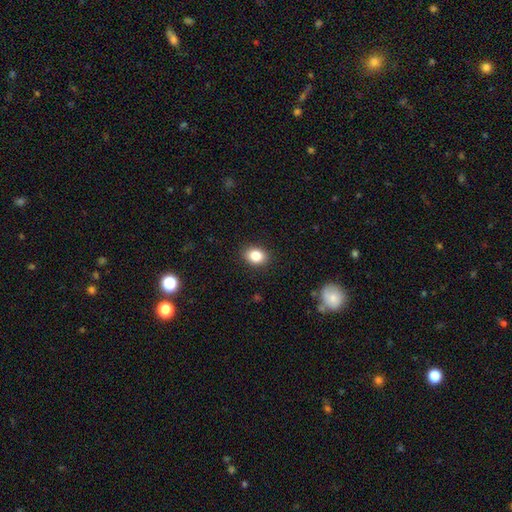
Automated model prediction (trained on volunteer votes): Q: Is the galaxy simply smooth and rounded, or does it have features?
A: smooth — 85%.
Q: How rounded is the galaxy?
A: in between — 61%.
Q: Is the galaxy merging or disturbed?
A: none — 89%.